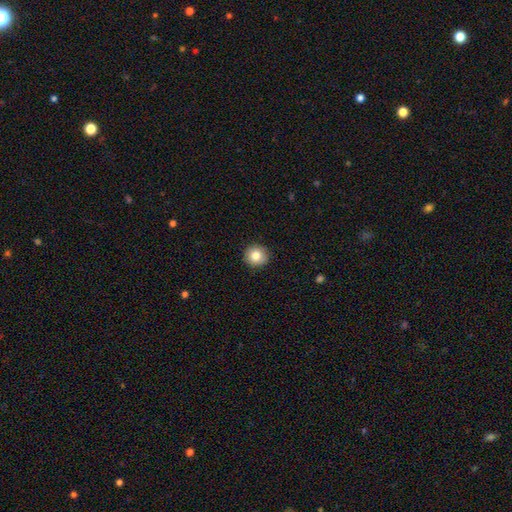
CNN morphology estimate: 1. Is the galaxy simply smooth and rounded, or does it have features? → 83% smooth, 9% star or artifact, 7% featured or disk.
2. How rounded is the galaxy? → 93% round, 7% in between, 1% cigar-shaped.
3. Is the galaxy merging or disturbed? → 91% none, 6% minor disturbance, 2% major disturbance, 1% merger.